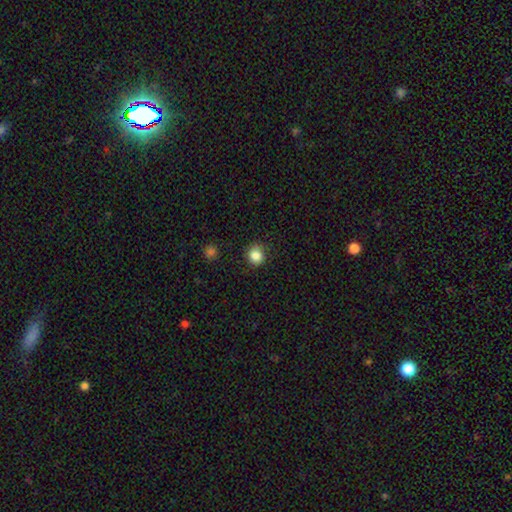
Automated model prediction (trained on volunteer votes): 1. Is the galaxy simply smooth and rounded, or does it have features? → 85% smooth, 10% star or artifact, 4% featured or disk.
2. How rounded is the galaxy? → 86% round, 14% in between, 1% cigar-shaped.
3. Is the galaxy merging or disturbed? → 83% none, 12% minor disturbance, 3% major disturbance, 1% merger.